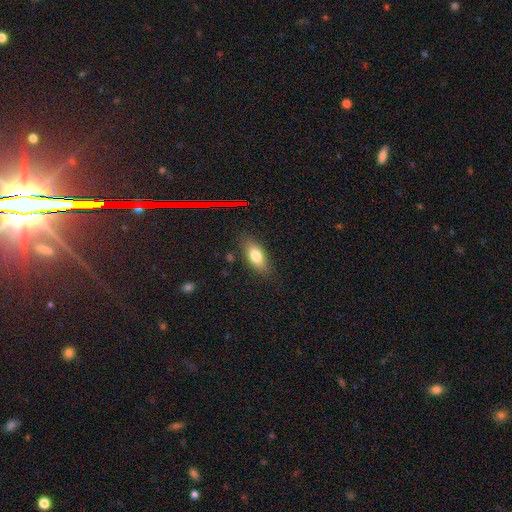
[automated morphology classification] A smooth galaxy with no disk features (76%) that is in between round and cigar-shaped (82%).

Vote fractions:
- Smooth or featured? smooth: 76% / featured or disk: 15% / star or artifact: 9%
- How rounded? in between: 82% / cigar-shaped: 13% / round: 5%
- Merging? none: 81% / minor disturbance: 14% / major disturbance: 3% / merger: 2%